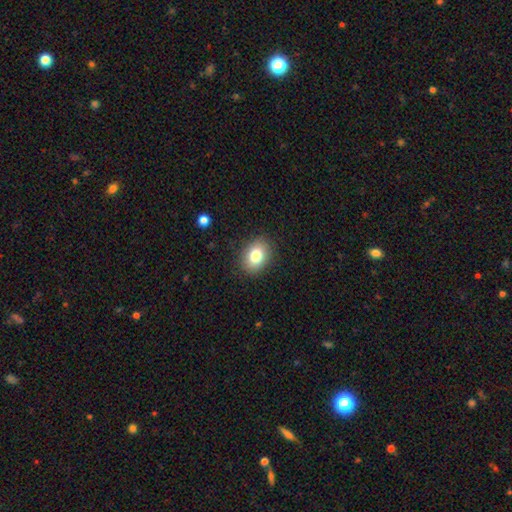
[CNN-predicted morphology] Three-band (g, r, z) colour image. It shows a smooth galaxy with no disk features (80%) that is in between round and cigar-shaped (60%). Merging: none (88%).